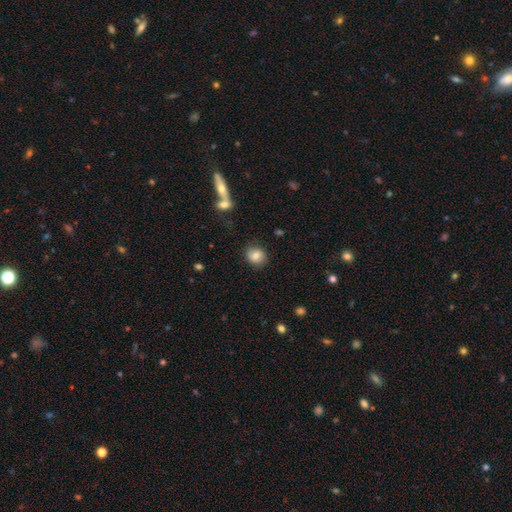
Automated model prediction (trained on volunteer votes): smooth_or_featured: smooth (p=0.75) [alt: featured or disk p=0.16]
how_rounded: round (p=0.76) [alt: in between p=0.23]
merging: none (p=0.82) [alt: minor disturbance p=0.12]